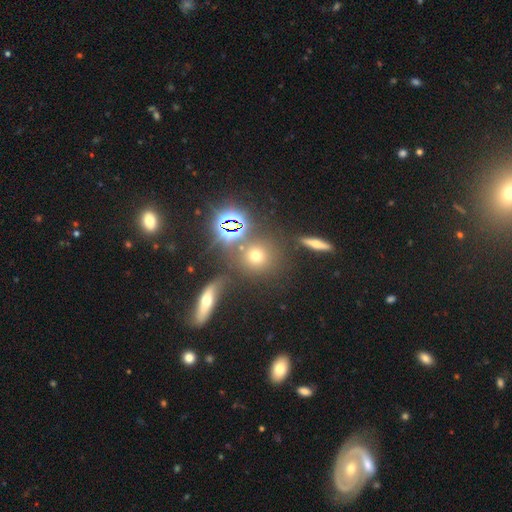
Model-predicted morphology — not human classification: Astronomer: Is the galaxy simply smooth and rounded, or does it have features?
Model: smooth — 56%.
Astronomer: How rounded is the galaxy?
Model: round — 85%.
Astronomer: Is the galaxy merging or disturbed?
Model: none — 74%.